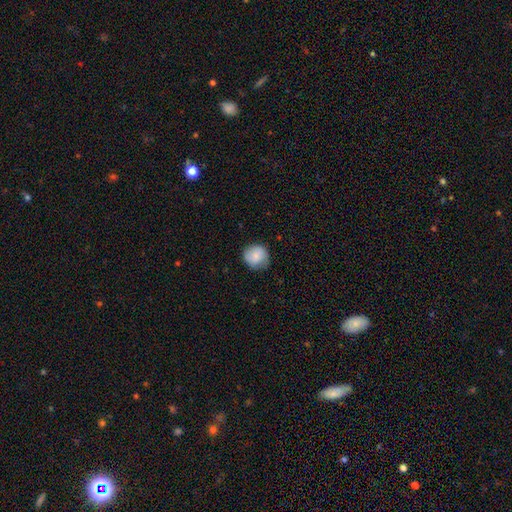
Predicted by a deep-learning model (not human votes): Smooth or featured? smooth (79%)
How rounded? round (88%)
Merging? none (75%)